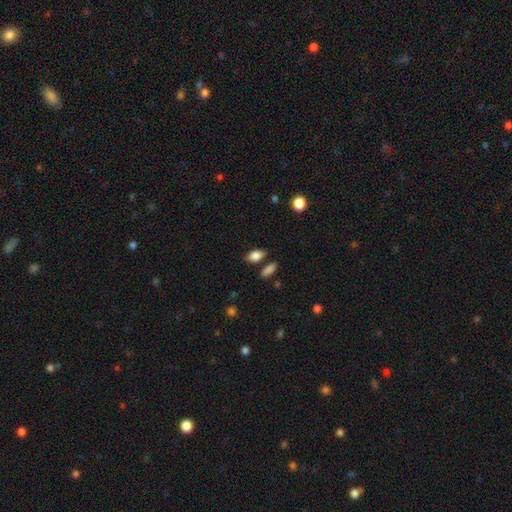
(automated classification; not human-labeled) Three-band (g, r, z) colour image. It shows a smooth galaxy with no disk features (82%) that is in between round and cigar-shaped (87%). Merging: none (76%).